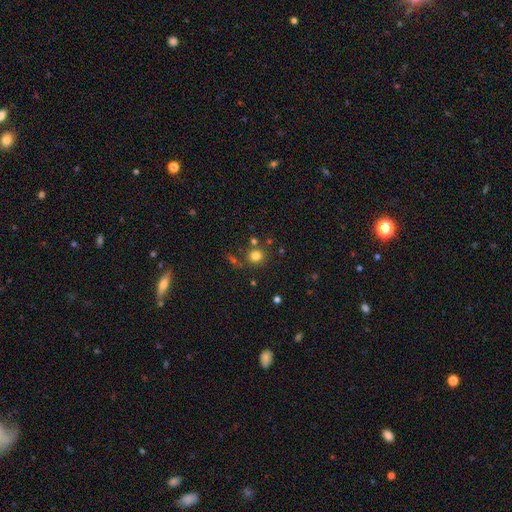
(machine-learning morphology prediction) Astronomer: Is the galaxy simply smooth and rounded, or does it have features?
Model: smooth — 78%.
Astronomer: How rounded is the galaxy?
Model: round — 89%.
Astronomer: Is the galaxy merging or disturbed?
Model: none — 76%.